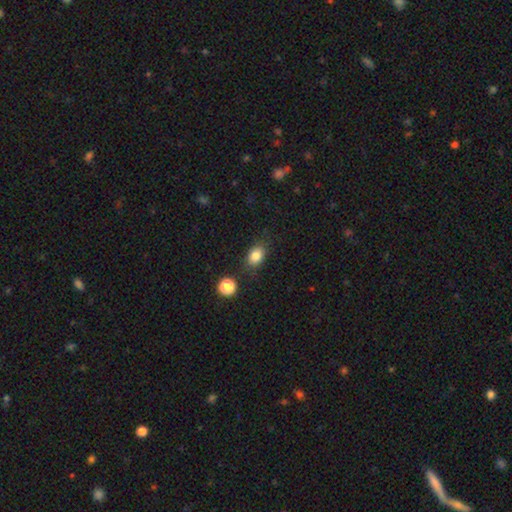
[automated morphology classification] Smooth or featured: smooth — 83% (star or artifact — 10%)
How rounded: in between — 74% (round — 25%)
Merging: none — 79% (minor disturbance — 14%)